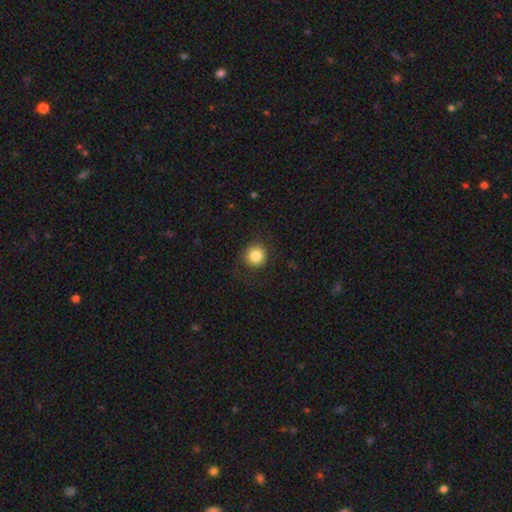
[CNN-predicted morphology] Smooth or featured?
  - smooth: 83% *
  - star or artifact: 10%
  - featured or disk: 7%
How rounded?
  - round: 94% *
  - in between: 6%
  - cigar-shaped: 1%
Merging?
  - none: 86% *
  - minor disturbance: 9%
  - major disturbance: 4%
  - merger: 1%